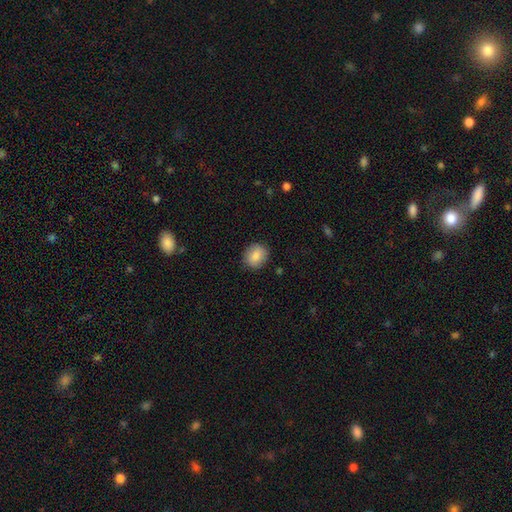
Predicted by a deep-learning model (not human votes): The model was most divided on "how rounded": round: 71%, in between: 28%, cigar-shaped: 1%. More confident: merging — none (87%); smooth or featured — smooth (85%).